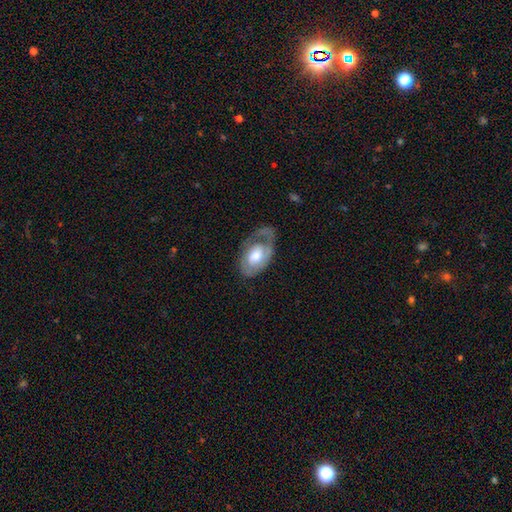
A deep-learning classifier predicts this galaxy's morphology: Overall: featured or disk (61%; smooth 34%). Edge-on disk: no (94%). Bar: no (71%). Spiral arms: yes (69%; no 31%). Bulge size: moderate (43%; large 42%). Merging: none (39%; major disturbance 31%).